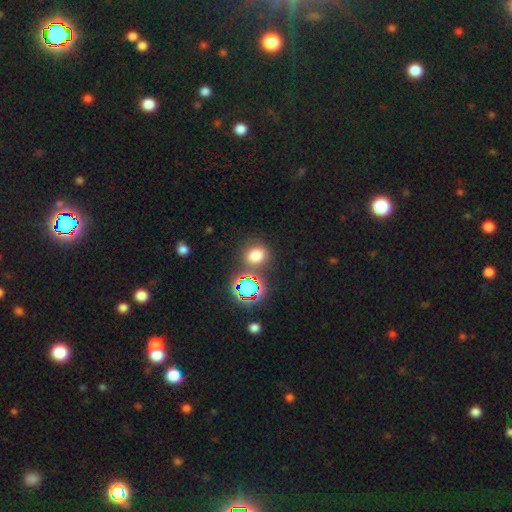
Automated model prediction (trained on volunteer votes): A smooth galaxy with no disk features (68%) that is round (71%).

Vote fractions:
- Smooth or featured? smooth: 68% / star or artifact: 25% / featured or disk: 7%
- How rounded? round: 71% / in between: 28% / cigar-shaped: 1%
- Merging? none: 78% / minor disturbance: 10% / merger: 8% / major disturbance: 4%